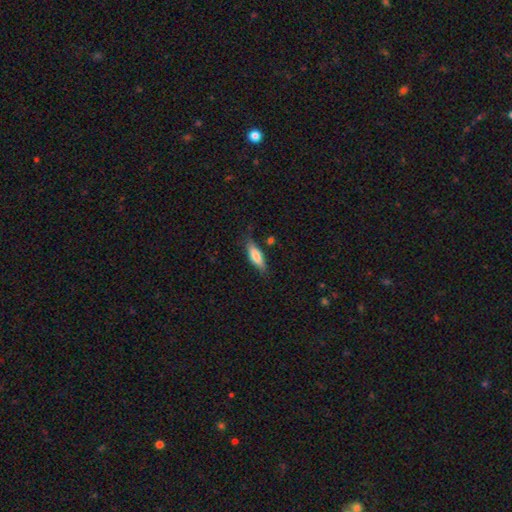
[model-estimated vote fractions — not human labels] This appears to be a smooth galaxy with no disk features (73%) that is in between round and cigar-shaped (56%). Merging: none (74%).